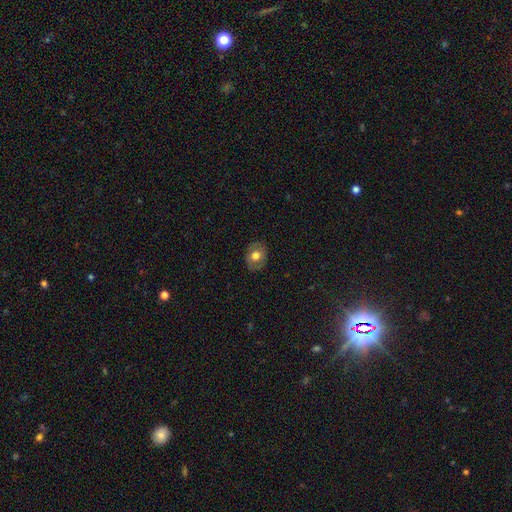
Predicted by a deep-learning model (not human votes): smooth 64%, featured or disk 28%, star or artifact 8%. Down the decision tree: how rounded — in between (50%); merging — none (84%).